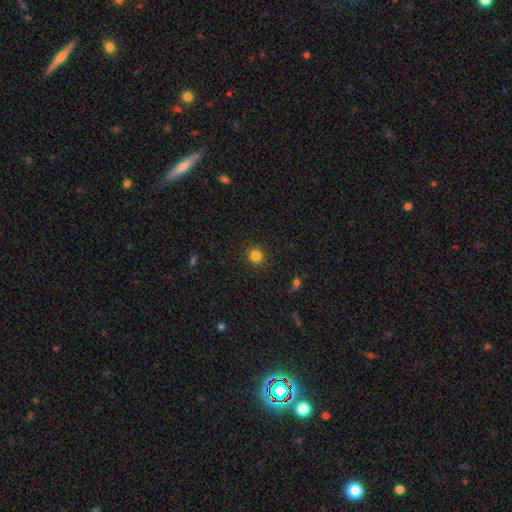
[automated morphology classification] smooth 84%, star or artifact 12%, featured or disk 4%. Down the decision tree: how rounded — round (91%); merging — none (91%).